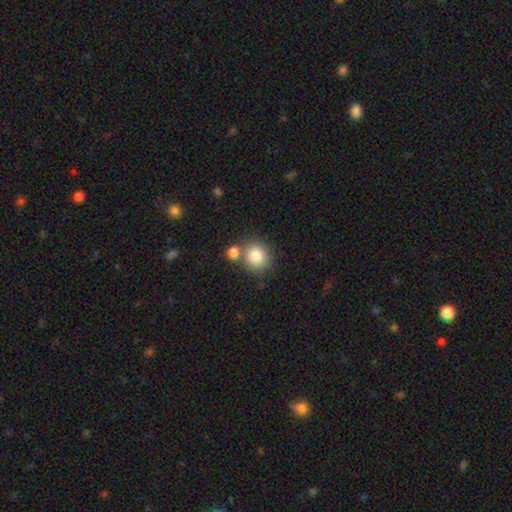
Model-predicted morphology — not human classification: Smooth or featured: smooth — 83% (star or artifact — 9%)
How rounded: round — 85% (in between — 14%)
Merging: none — 64% (merger — 23%)